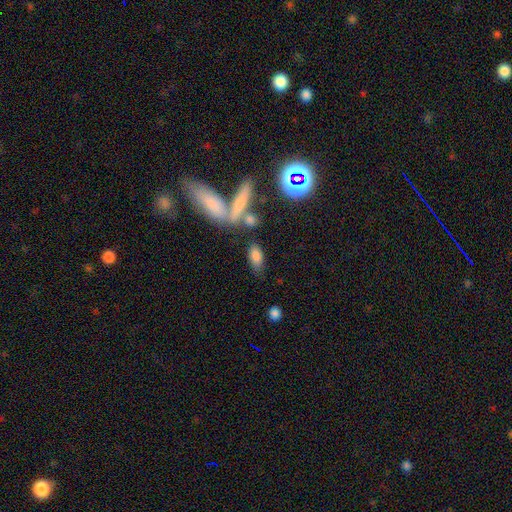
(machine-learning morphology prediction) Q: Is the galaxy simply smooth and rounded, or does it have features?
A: smooth — 81%.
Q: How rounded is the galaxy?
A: in between — 82%.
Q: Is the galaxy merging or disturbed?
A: none — 60%.